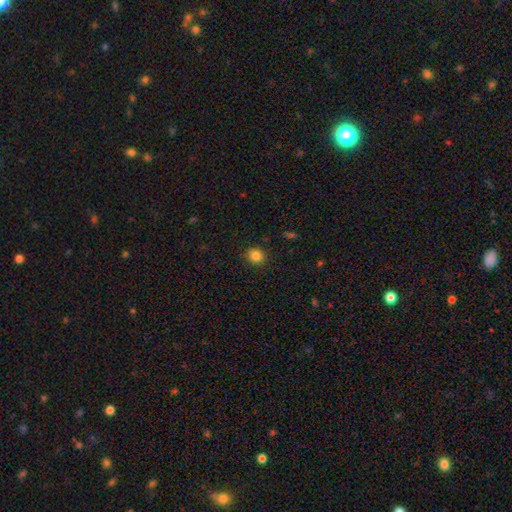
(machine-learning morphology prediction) Smooth or featured?
  - smooth: 85% *
  - star or artifact: 12%
  - featured or disk: 4%
How rounded?
  - round: 86% *
  - in between: 13%
  - cigar-shaped: 1%
Merging?
  - none: 90% *
  - minor disturbance: 7%
  - major disturbance: 2%
  - merger: 1%